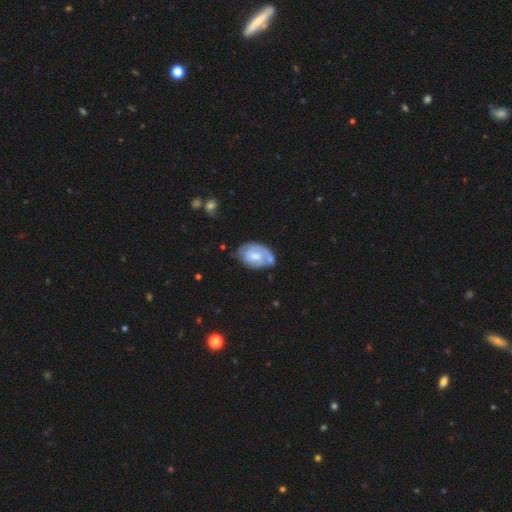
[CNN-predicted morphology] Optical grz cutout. It shows a featured or disk galaxy (62%) with no bar (59%), spiral arms (79%) and a moderate central bulge (53%). Merging: none (53%).